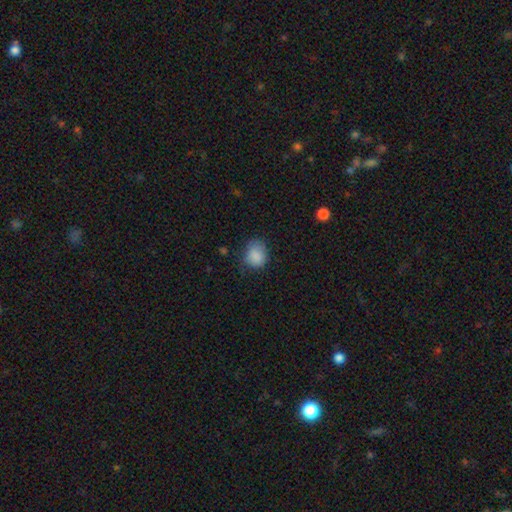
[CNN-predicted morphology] Smooth or featured?
  - smooth: 86% *
  - star or artifact: 9%
  - featured or disk: 5%
How rounded?
  - round: 62% *
  - in between: 37%
  - cigar-shaped: 1%
Merging?
  - none: 65% *
  - minor disturbance: 27%
  - major disturbance: 7%
  - merger: 1%